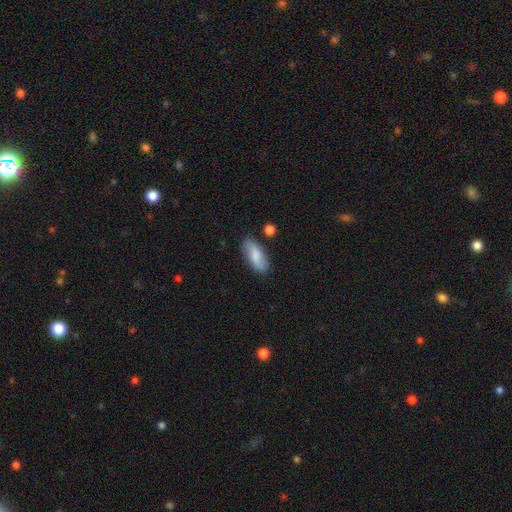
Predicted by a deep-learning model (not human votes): Smooth or featured: smooth — 77% (featured or disk — 17%)
How rounded: in between — 82% (cigar-shaped — 15%)
Merging: none — 80% (minor disturbance — 14%)